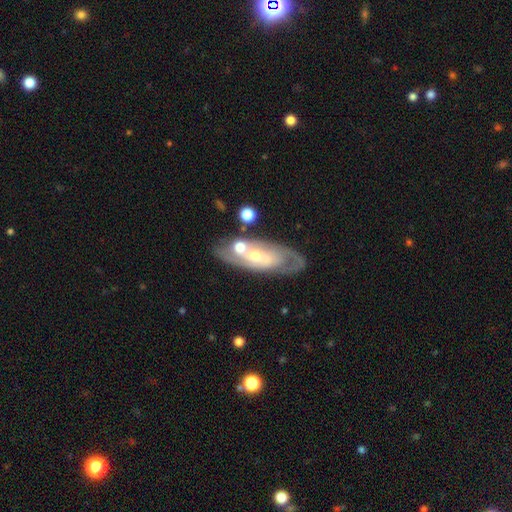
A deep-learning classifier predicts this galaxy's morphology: The model was most divided on "bulge size": small: 59%, moderate: 34%, none: 3%, large: 3%, dominant: 1%. More confident: edge-on disk — no (85%); spiral arms — yes (80%); smooth or featured — featured or disk (73%); bar — no (68%); merging — none (64%).